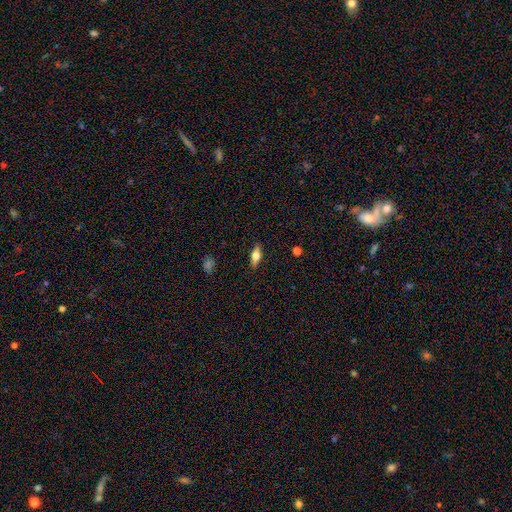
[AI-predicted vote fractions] smooth-or-featured: smooth: 54% | featured or disk: 38% | star or artifact: 8%
  how-rounded: in between: 66% | cigar-shaped: 30% | round: 4%
  merging: none: 88% | minor disturbance: 9% | major disturbance: 2% | merger: 1%